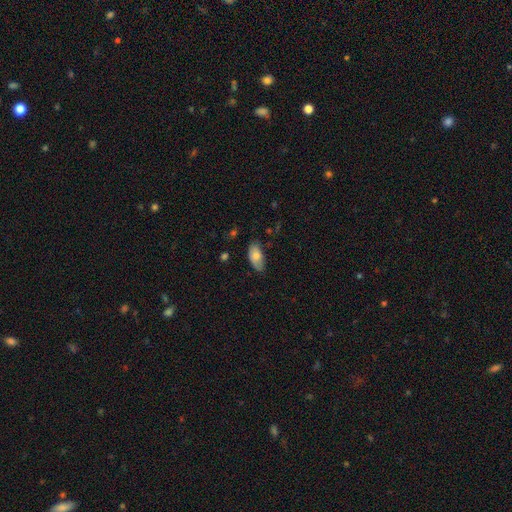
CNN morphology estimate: A smooth galaxy with no disk features (76%) that is in between round and cigar-shaped (92%). Merging: none (67%).